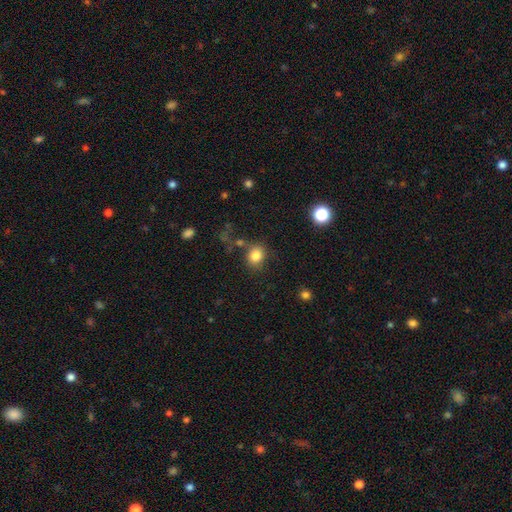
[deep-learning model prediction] A smooth galaxy with no disk features (82%) that is round (66%).

Vote fractions:
- Smooth or featured? smooth: 82% / star or artifact: 11% / featured or disk: 6%
- How rounded? round: 66% / in between: 33% / cigar-shaped: 1%
- Merging? none: 74% / minor disturbance: 14% / merger: 7% / major disturbance: 5%